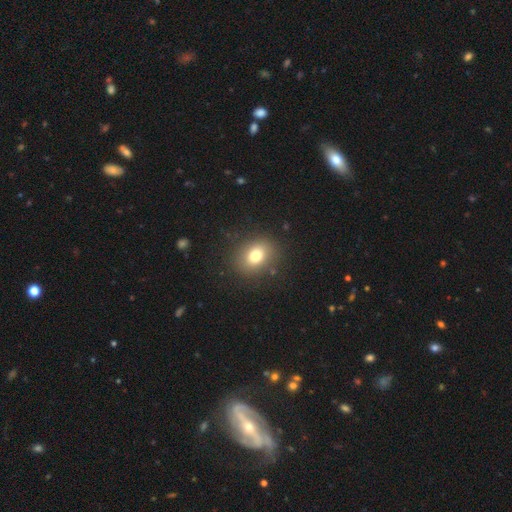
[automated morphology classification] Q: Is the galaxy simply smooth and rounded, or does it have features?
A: smooth — 76%.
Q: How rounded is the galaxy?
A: round — 52%.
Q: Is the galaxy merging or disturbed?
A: none — 85%.